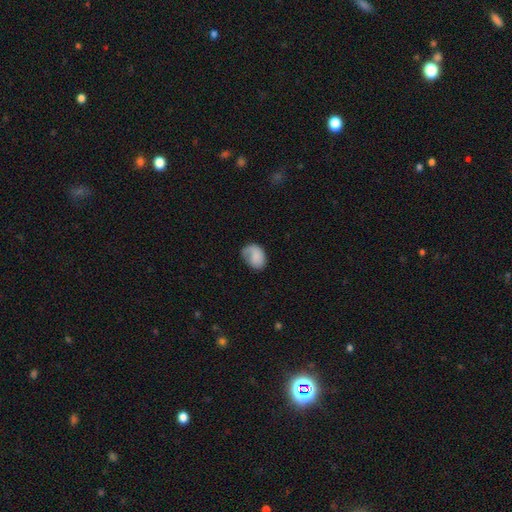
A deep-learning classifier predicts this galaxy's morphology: This appears to be a smooth galaxy with no disk features (68%) that is in between round and cigar-shaped (70%). Merging: none (46%).